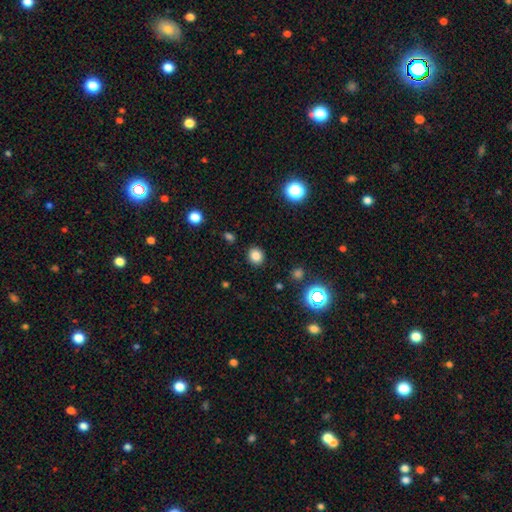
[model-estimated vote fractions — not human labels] A smooth galaxy with no disk features (82%) that is round (76%).

Vote fractions:
- Smooth or featured? smooth: 82% / star or artifact: 14% / featured or disk: 5%
- How rounded? round: 76% / in between: 23% / cigar-shaped: 1%
- Merging? none: 89% / minor disturbance: 7% / major disturbance: 2% / merger: 1%